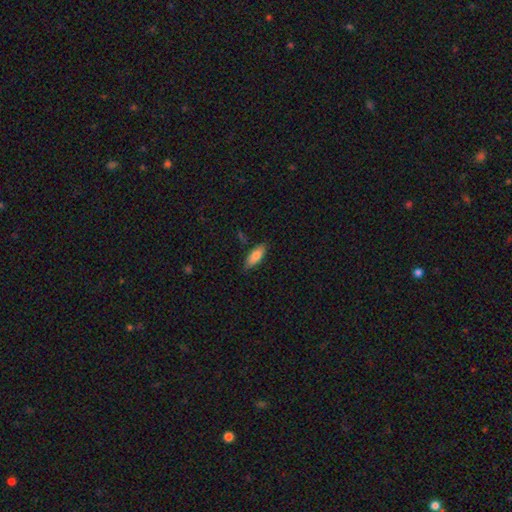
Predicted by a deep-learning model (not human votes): smooth_or_featured: smooth (p=0.81) [alt: featured or disk p=0.12]
how_rounded: in between (p=0.76) [alt: cigar-shaped p=0.22]
merging: none (p=0.83) [alt: minor disturbance p=0.13]